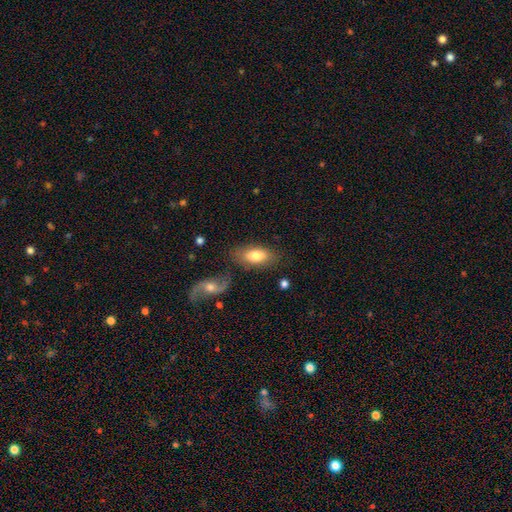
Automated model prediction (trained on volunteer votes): Smooth or featured? smooth (78%)
How rounded? in between (89%)
Merging? none (73%)